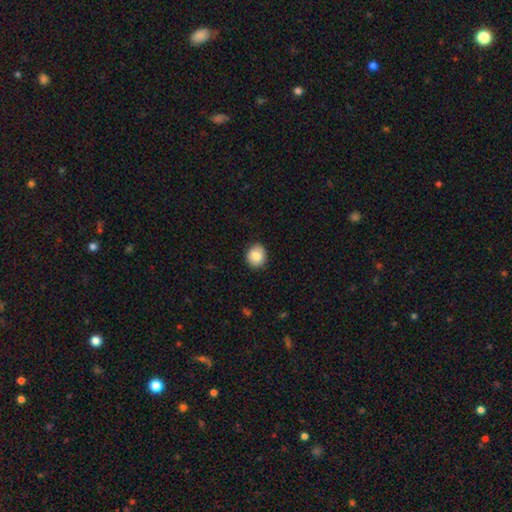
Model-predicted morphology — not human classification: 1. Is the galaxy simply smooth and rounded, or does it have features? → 84% smooth, 8% star or artifact, 8% featured or disk.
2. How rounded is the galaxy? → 79% round, 20% in between, 1% cigar-shaped.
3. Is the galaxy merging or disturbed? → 87% none, 10% minor disturbance, 2% major disturbance, 1% merger.